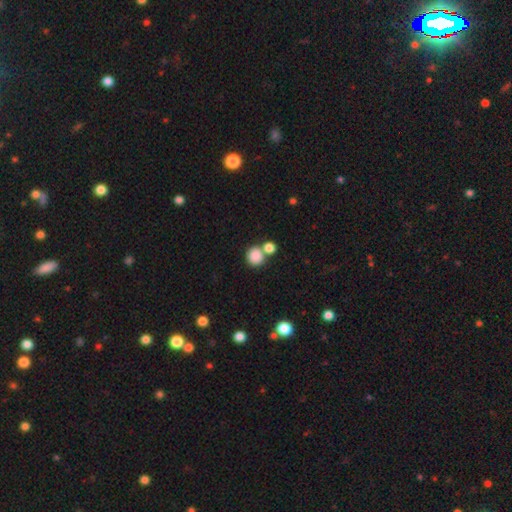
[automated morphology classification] type=smooth (85%); roundness=round (86%); merging=none (56%).